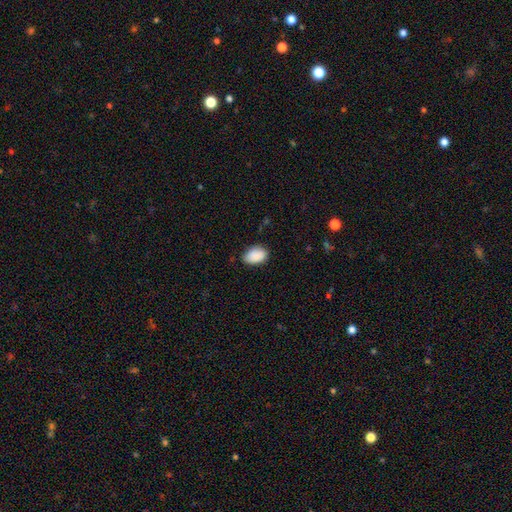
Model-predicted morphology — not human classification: smooth_or_featured: smooth (p=0.90) [alt: star or artifact p=0.07]
how_rounded: in between (p=0.89) [alt: round p=0.10]
merging: none (p=0.76) [alt: minor disturbance p=0.19]